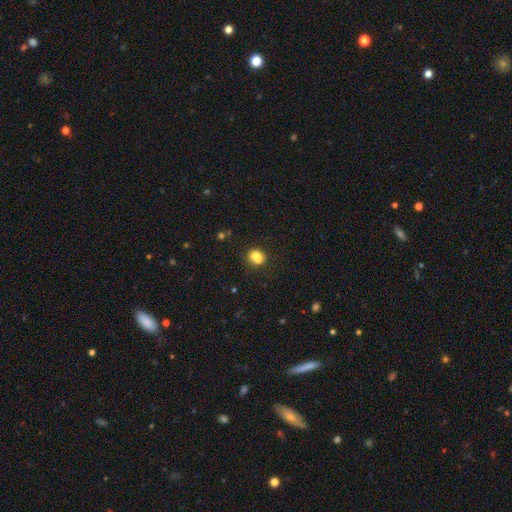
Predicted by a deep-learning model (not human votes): This is likely a smooth galaxy (74%). How rounded: likely round (75%). Merging: marginally none (44%).